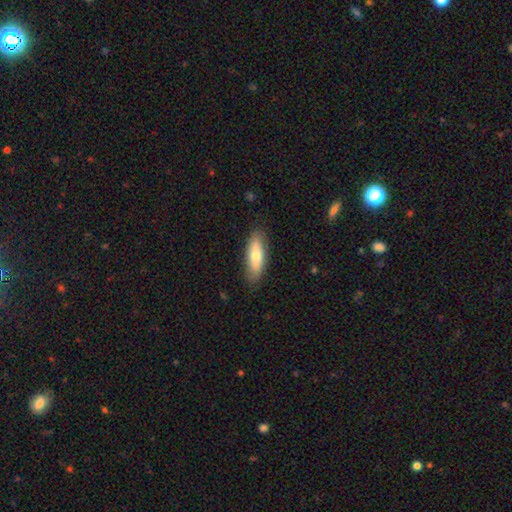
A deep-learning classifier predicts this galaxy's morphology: Q: Smooth or featured?
A: smooth (70%); runner-up: featured or disk (24%)
Q: How rounded?
A: in between (64%); runner-up: cigar-shaped (34%)
Q: Merging?
A: none (85%); runner-up: minor disturbance (12%)